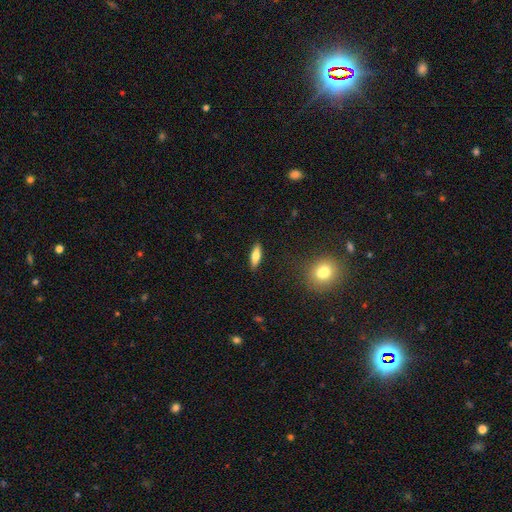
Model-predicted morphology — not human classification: A smooth galaxy with no disk features (68%) that is in between round and cigar-shaped (49%).

Vote fractions:
- Smooth or featured? smooth: 68% / featured or disk: 24% / star or artifact: 7%
- How rounded? in between: 49% / cigar-shaped: 48% / round: 3%
- Merging? none: 89% / minor disturbance: 8% / major disturbance: 2% / merger: 1%